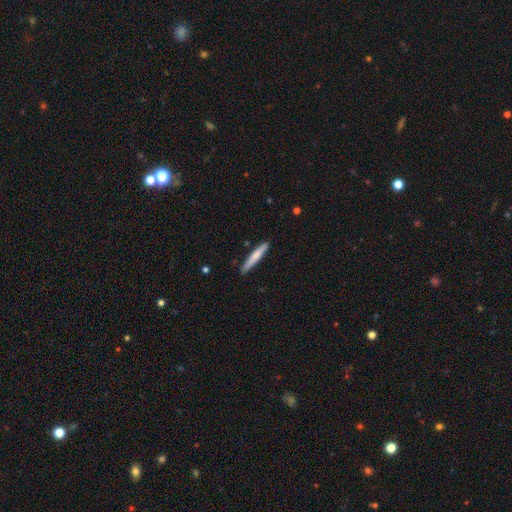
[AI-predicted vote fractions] Q: Smooth or featured?
A: smooth (70%); runner-up: featured or disk (25%)
Q: How rounded?
A: cigar-shaped (94%); runner-up: in between (5%)
Q: Merging?
A: none (88%); runner-up: minor disturbance (9%)